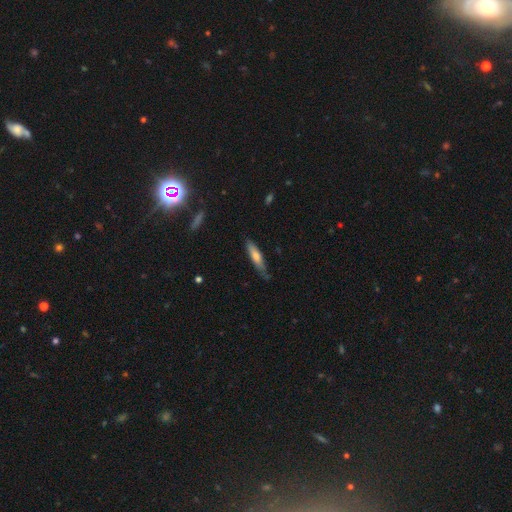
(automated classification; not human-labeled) Overall: smooth (60%; featured or disk 34%). How rounded: cigar-shaped (82%). Merging: none (73%).